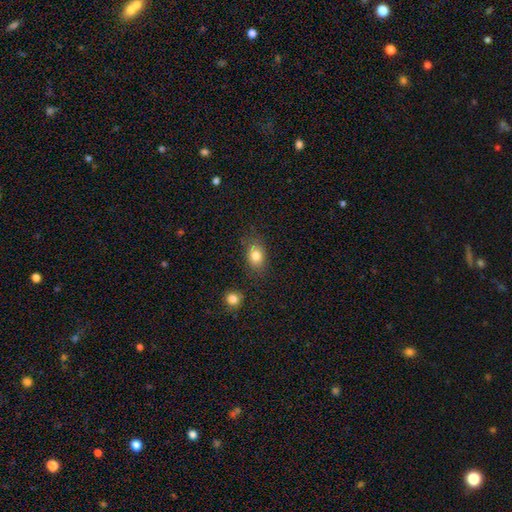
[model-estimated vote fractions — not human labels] The model was most divided on "how rounded": in between: 69%, round: 29%, cigar-shaped: 1%. More confident: smooth or featured — smooth (81%); merging — none (76%).